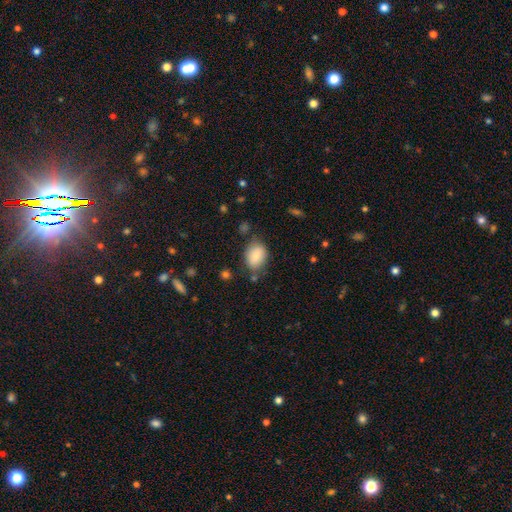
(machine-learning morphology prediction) The model was most divided on "merging": none: 71%, minor disturbance: 19%, major disturbance: 5%, merger: 5%. More confident: smooth or featured — smooth (85%); how rounded — in between (77%).